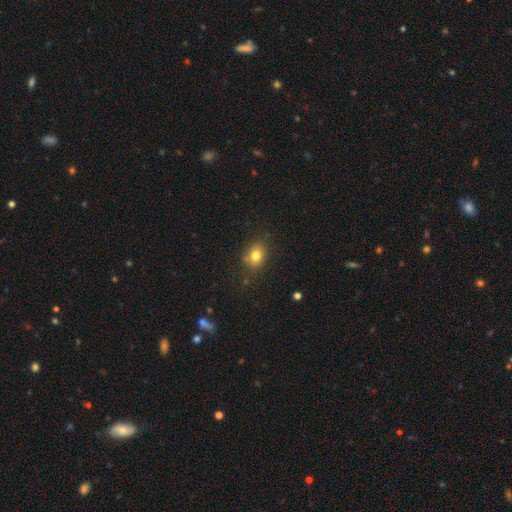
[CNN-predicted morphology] A smooth galaxy with no disk features (80%) that is in between round and cigar-shaped (50%). Merging: none (78%).